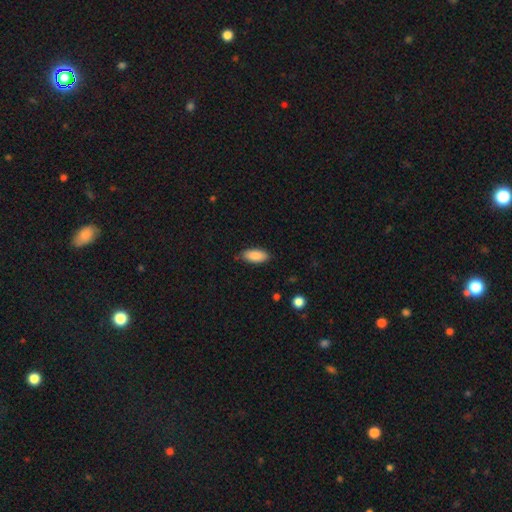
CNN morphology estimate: A smooth galaxy with no disk features (88%) that is in between round and cigar-shaped (89%).

Vote fractions:
- Smooth or featured? smooth: 88% / star or artifact: 6% / featured or disk: 6%
- How rounded? in between: 89% / cigar-shaped: 9% / round: 2%
- Merging? none: 85% / minor disturbance: 12% / major disturbance: 2% / merger: 1%